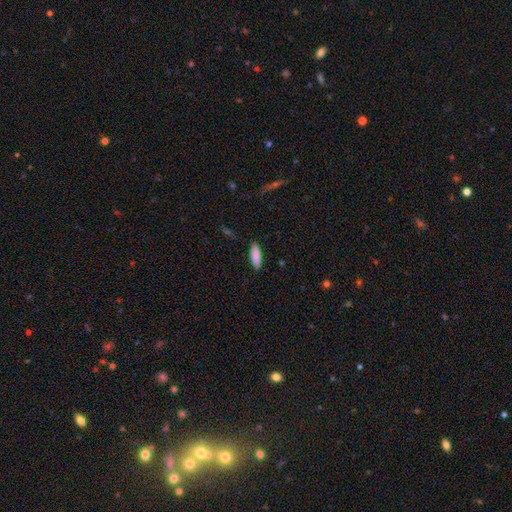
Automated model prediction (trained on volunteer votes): Smooth or featured? smooth (87%)
How rounded? cigar-shaped (60%)
Merging? none (87%)